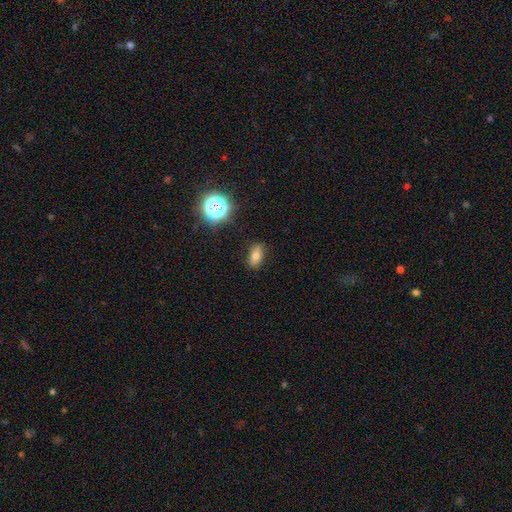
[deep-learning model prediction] Smooth or featured?
  - smooth: 66% *
  - featured or disk: 17%
  - star or artifact: 17%
How rounded?
  - in between: 79% *
  - cigar-shaped: 11%
  - round: 10%
Merging?
  - none: 85% *
  - minor disturbance: 11%
  - major disturbance: 3%
  - merger: 1%